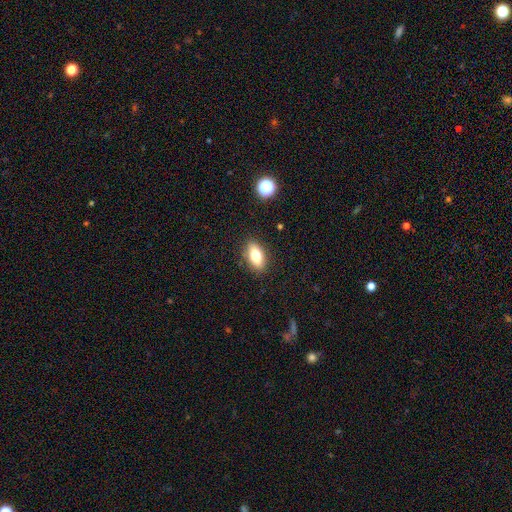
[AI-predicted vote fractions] smooth 76%, featured or disk 15%, star or artifact 9%. Down the decision tree: how rounded — in between (85%); merging — none (87%).